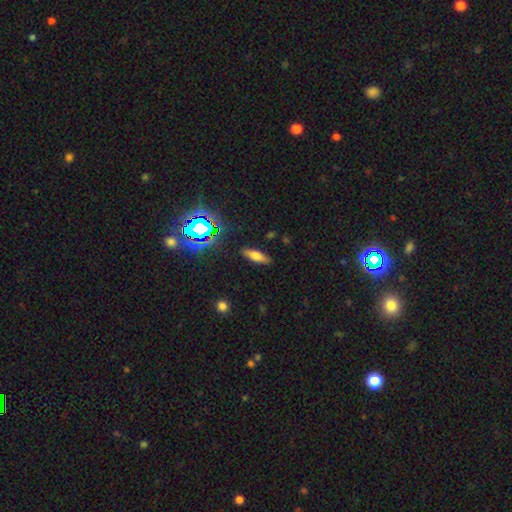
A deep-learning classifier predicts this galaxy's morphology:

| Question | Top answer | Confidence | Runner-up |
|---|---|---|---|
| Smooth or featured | smooth | 62% | featured or disk (21%) |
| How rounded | in between | 55% | cigar-shaped (41%) |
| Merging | none | 86% | minor disturbance (10%) |